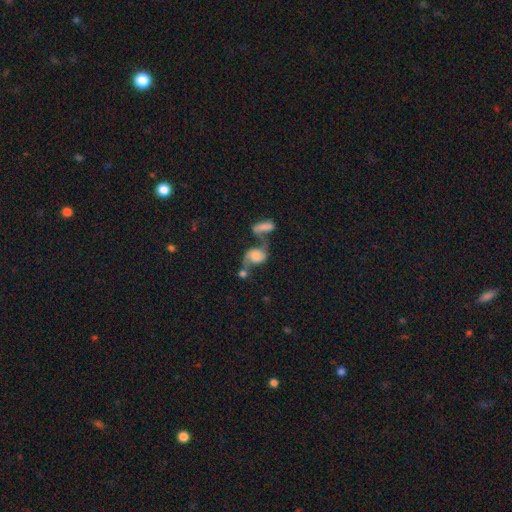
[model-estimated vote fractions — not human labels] A featured or disk galaxy (54%) with no bar (70%), spiral arms (82%) and no central bulge (27%). Merging: merger (49%).